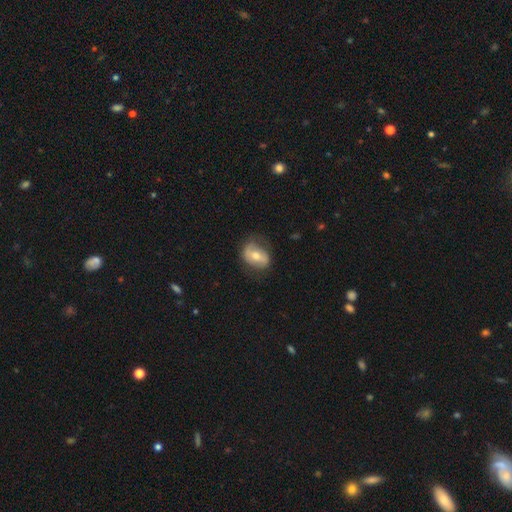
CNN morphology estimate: Smooth or featured: featured or disk — 51% (smooth — 41%)
Edge-on disk: no — 94% (yes — 6%)
Merging: none — 68% (minor disturbance — 22%)